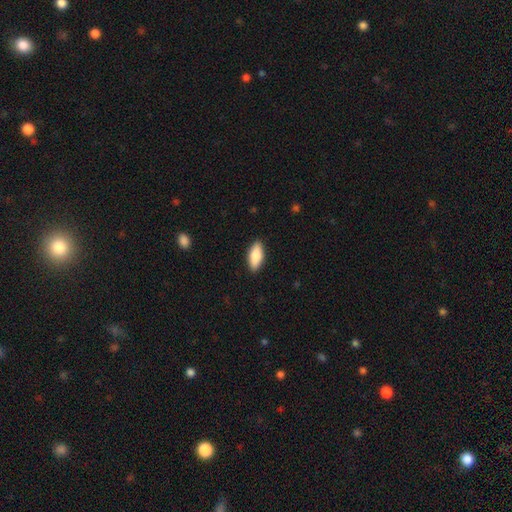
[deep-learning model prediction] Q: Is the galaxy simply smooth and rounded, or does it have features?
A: smooth — 82%.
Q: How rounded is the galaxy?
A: in between — 83%.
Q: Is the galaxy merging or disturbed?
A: none — 89%.